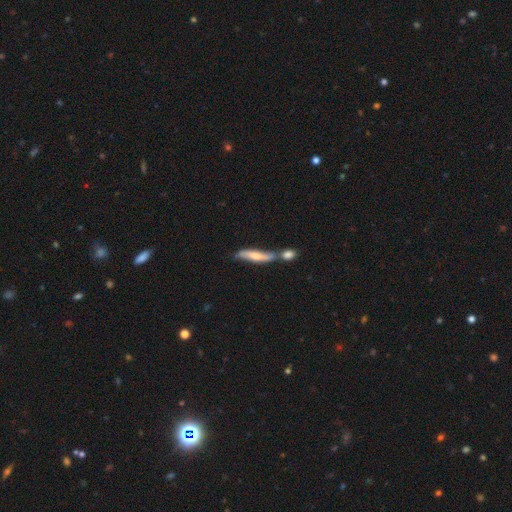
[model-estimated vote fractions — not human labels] This appears to be a smooth galaxy with no disk features (54%) that is cigar-shaped (80%). Merging: merger (50%).